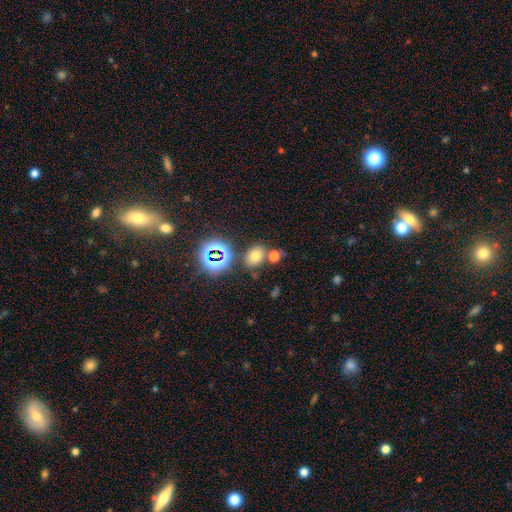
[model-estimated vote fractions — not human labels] smooth_or_featured: smooth (p=0.68) [alt: star or artifact p=0.23]
how_rounded: in between (p=0.59) [alt: round p=0.40]
merging: none (p=0.71) [alt: merger p=0.14]